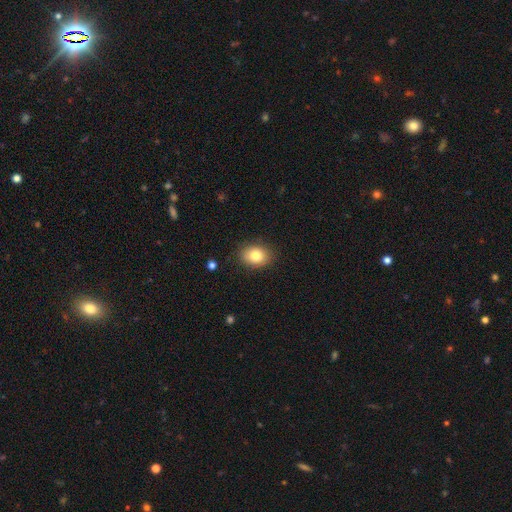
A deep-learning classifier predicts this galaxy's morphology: smooth-or-featured: smooth: 82% | featured or disk: 9% | star or artifact: 9%
  how-rounded: in between: 62% | round: 37% | cigar-shaped: 1%
  merging: none: 86% | minor disturbance: 11% | major disturbance: 3% | merger: 1%